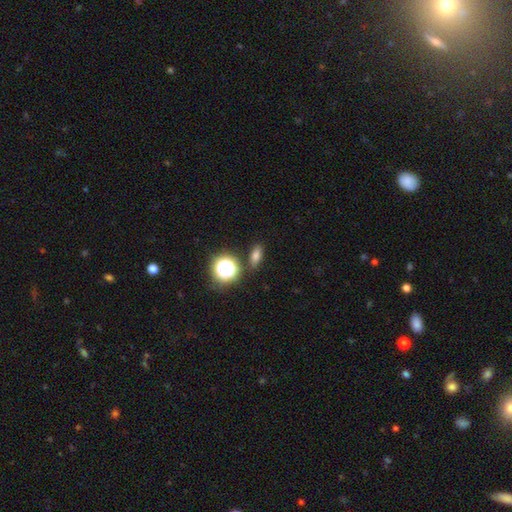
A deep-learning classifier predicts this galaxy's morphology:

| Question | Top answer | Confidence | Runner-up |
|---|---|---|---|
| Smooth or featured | smooth | 71% | star or artifact (19%) |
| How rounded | in between | 71% | round (19%) |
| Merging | none | 84% | minor disturbance (9%) |